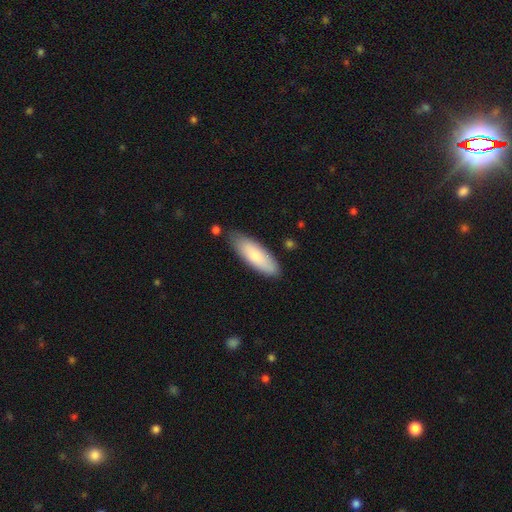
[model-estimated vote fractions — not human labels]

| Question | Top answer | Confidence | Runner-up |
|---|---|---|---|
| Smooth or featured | smooth | 80% | featured or disk (14%) |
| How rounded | in between | 55% | cigar-shaped (43%) |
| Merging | none | 77% | minor disturbance (17%) |